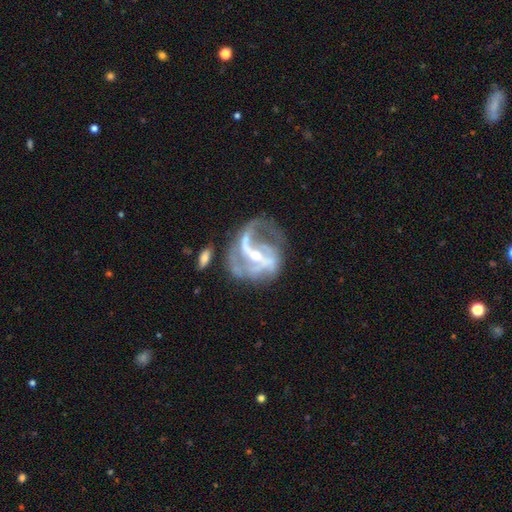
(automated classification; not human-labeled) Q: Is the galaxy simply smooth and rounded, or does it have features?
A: featured or disk — 89%.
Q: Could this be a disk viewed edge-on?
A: no — 97%.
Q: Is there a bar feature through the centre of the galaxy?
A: strong — 45%.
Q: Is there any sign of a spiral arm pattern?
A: yes — 94%.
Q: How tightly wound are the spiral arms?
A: medium — 44%.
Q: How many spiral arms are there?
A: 2 — 59%.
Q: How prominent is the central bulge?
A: small — 53%.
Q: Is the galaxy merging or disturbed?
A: none — 42%.